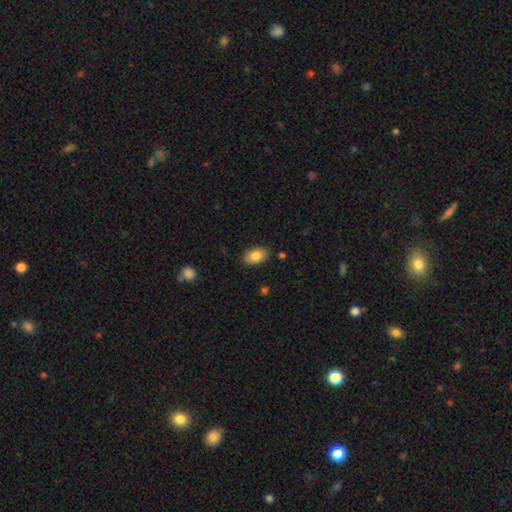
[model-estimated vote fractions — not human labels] Q: Smooth or featured?
A: smooth (85%); runner-up: featured or disk (8%)
Q: How rounded?
A: in between (88%); runner-up: round (11%)
Q: Merging?
A: none (85%); runner-up: minor disturbance (11%)